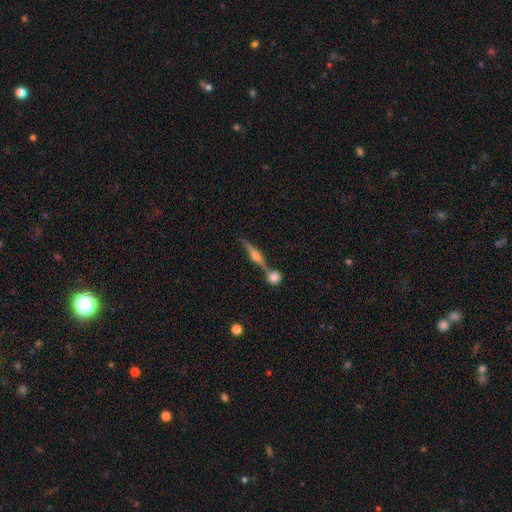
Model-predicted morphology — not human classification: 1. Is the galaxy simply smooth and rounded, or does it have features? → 78% featured or disk, 16% smooth, 7% star or artifact.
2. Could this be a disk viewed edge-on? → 96% yes, 4% no.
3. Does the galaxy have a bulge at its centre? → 94% rounded, 4% boxy, 2% none.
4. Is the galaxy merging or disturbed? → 68% none, 21% merger, 8% minor disturbance, 3% major disturbance.